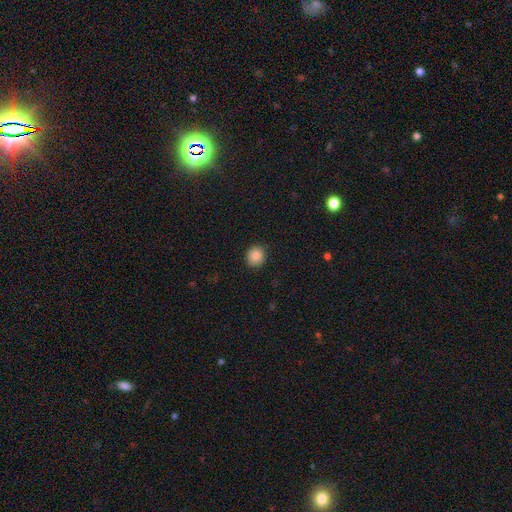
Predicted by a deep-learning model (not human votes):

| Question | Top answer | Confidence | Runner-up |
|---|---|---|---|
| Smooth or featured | smooth | 87% | star or artifact (9%) |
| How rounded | round | 82% | in between (17%) |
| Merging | none | 89% | minor disturbance (8%) |